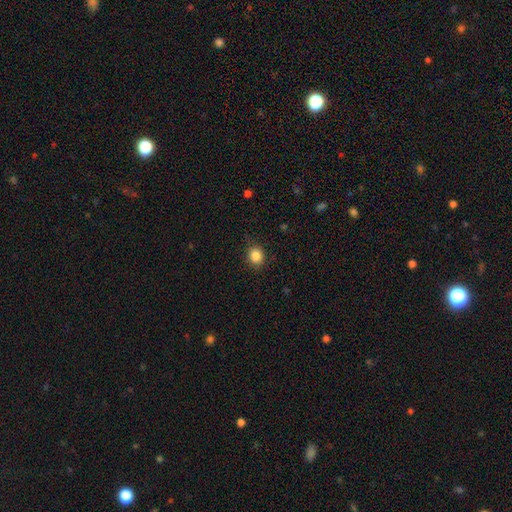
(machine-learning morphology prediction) This is clearly a smooth galaxy (85%). How rounded: likely round (79%). Merging: clearly none (86%).